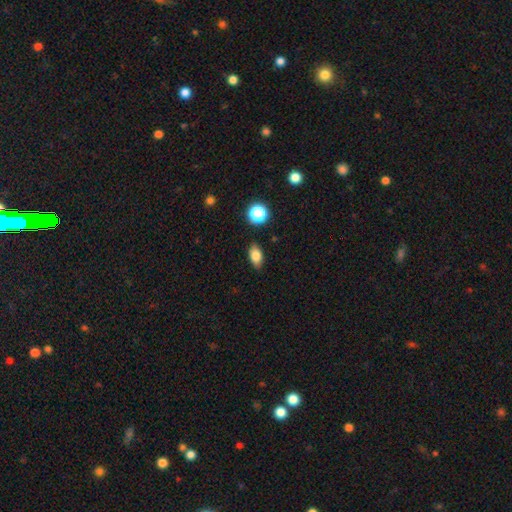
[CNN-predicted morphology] Smooth or featured?
  - smooth: 80% *
  - featured or disk: 10%
  - star or artifact: 10%
How rounded?
  - in between: 86% *
  - round: 10%
  - cigar-shaped: 4%
Merging?
  - none: 86% *
  - minor disturbance: 10%
  - major disturbance: 2%
  - merger: 2%